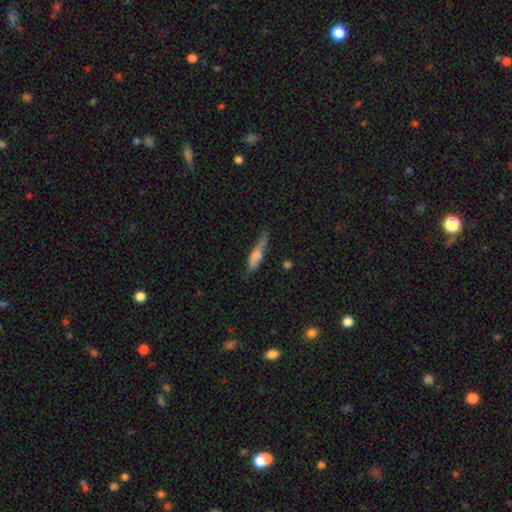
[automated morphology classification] This appears to be a smooth galaxy with no disk features (62%) that is cigar-shaped (71%). Merging: none (51%).